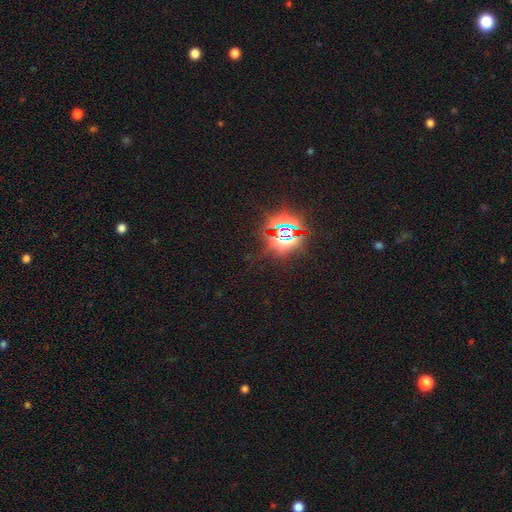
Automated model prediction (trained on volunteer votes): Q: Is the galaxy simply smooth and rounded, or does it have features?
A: star or artifact — 83%.